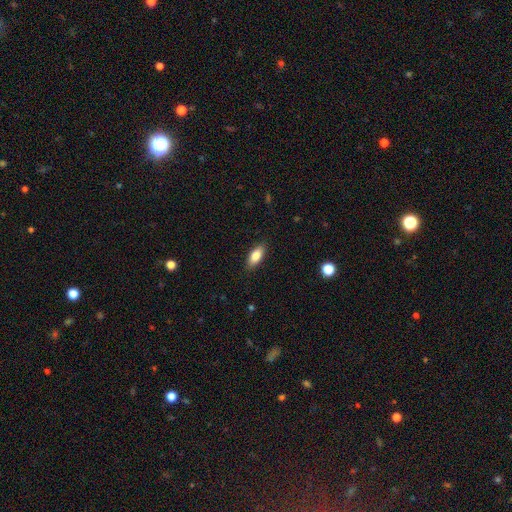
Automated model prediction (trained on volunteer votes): Smooth or featured?
  - smooth: 82% *
  - featured or disk: 11%
  - star or artifact: 7%
How rounded?
  - in between: 84% *
  - cigar-shaped: 14%
  - round: 3%
Merging?
  - none: 88% *
  - minor disturbance: 9%
  - major disturbance: 2%
  - merger: 1%